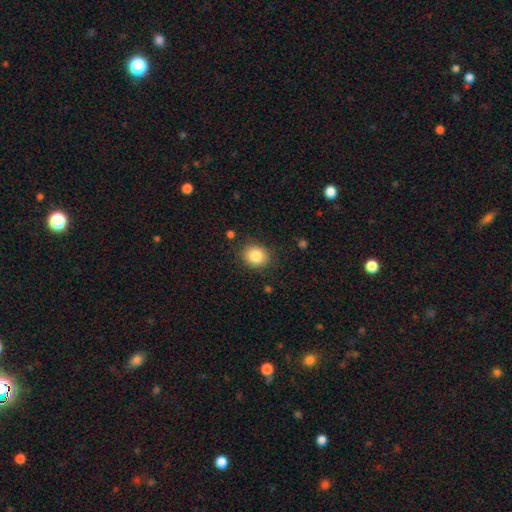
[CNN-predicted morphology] smooth 85%, star or artifact 9%, featured or disk 5%. Down the decision tree: how rounded — round (75%); merging — none (86%).